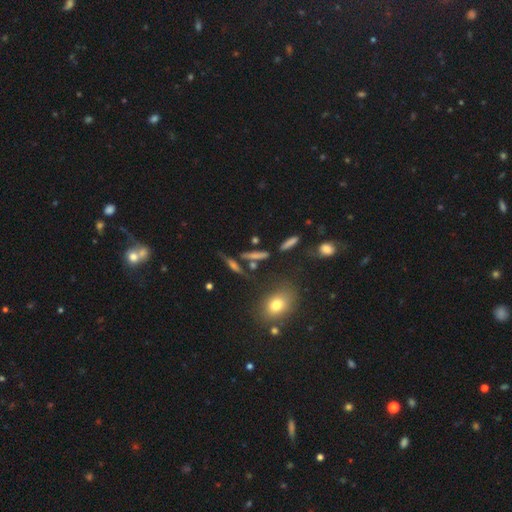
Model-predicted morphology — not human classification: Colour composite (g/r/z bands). It shows a featured or disk galaxy (46%). Merging: none (73%).